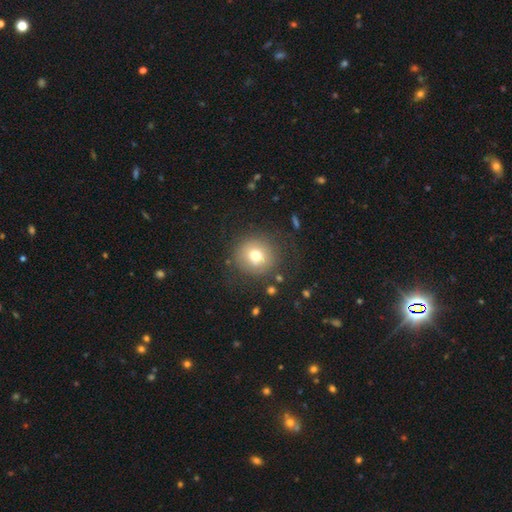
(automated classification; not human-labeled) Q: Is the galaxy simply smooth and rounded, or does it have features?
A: smooth — 72%.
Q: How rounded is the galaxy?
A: round — 91%.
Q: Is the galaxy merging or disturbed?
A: none — 81%.